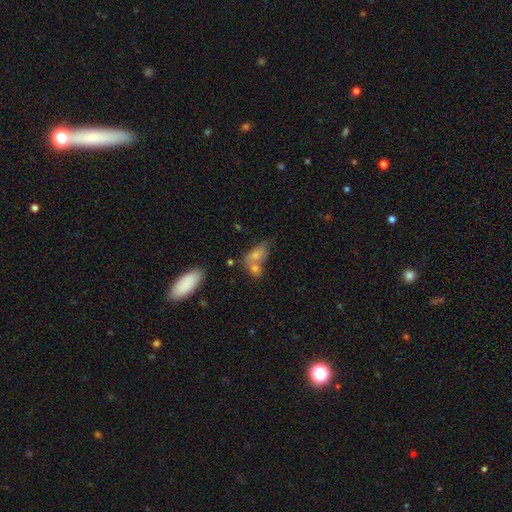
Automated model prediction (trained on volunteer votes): Q: Smooth or featured?
A: smooth (72%); runner-up: featured or disk (18%)
Q: How rounded?
A: in between (86%); runner-up: round (10%)
Q: Merging?
A: merger (53%); runner-up: none (27%)